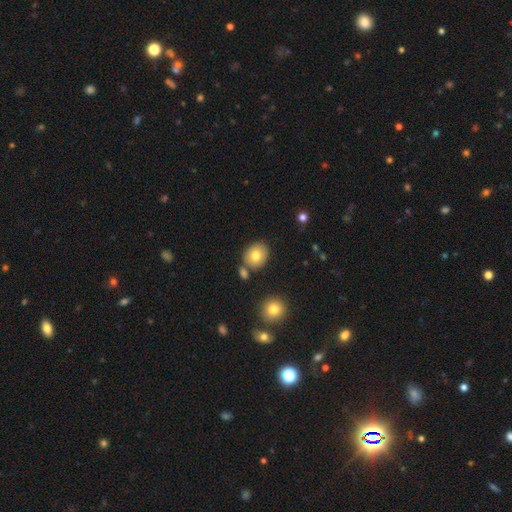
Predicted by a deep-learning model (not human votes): smooth-or-featured: smooth: 78% | featured or disk: 12% | star or artifact: 9%
  how-rounded: round: 62% | in between: 37% | cigar-shaped: 1%
  merging: none: 75% | minor disturbance: 11% | merger: 11% | major disturbance: 3%